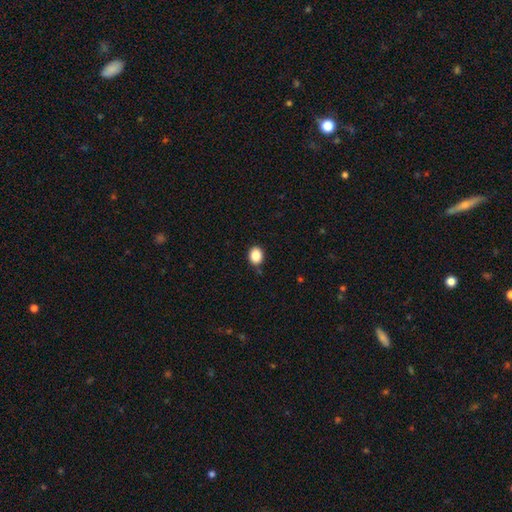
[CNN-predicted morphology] This appears to be a smooth galaxy with no disk features (87%) that is round (53%). Merging: none (84%).